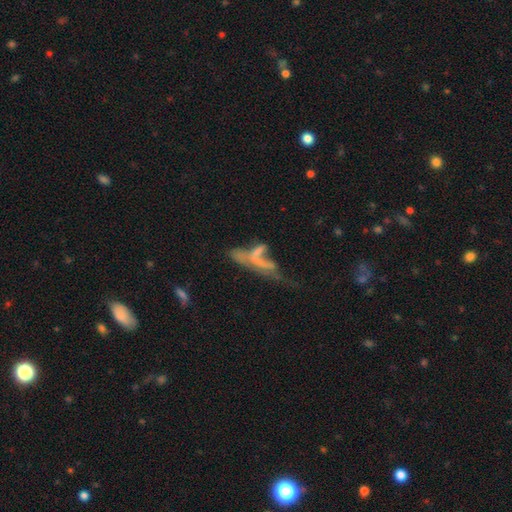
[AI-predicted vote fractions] featured or disk 47%, smooth 37%, star or artifact 16%. Down the decision tree: merging — merger (37%).